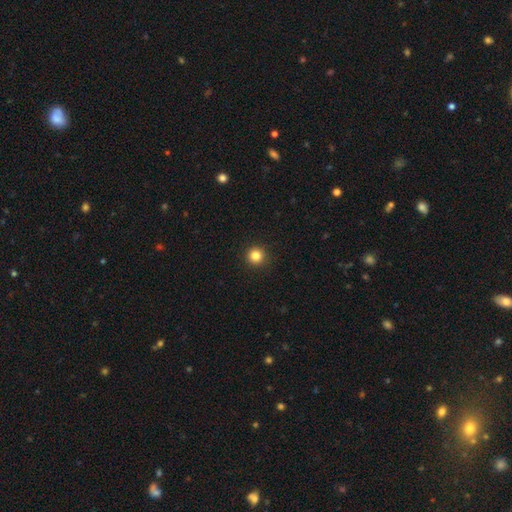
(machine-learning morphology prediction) Smooth or featured? smooth (83%)
How rounded? round (96%)
Merging? none (93%)